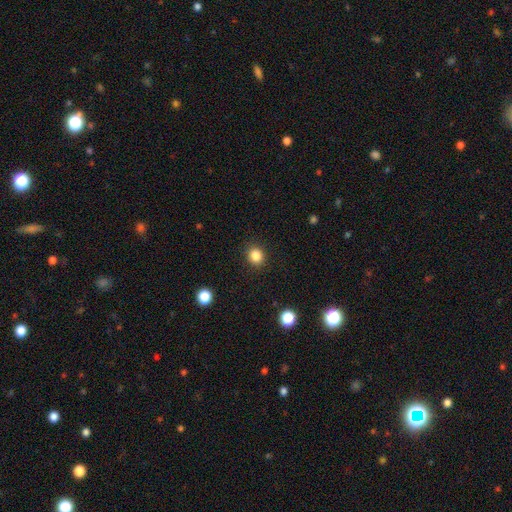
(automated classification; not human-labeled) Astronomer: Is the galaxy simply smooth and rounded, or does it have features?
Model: smooth — 85%.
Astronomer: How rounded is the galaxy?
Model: round — 81%.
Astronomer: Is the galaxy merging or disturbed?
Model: none — 90%.